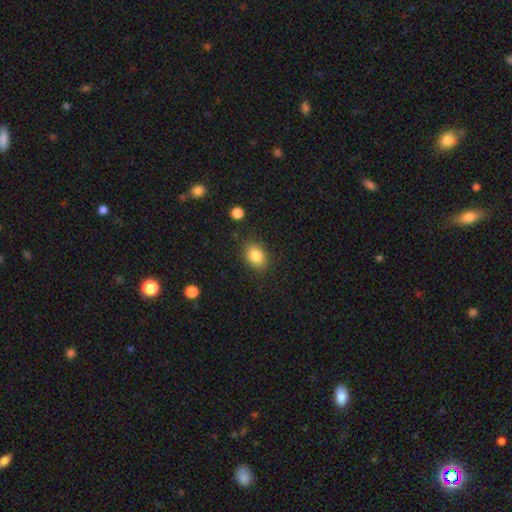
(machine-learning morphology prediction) Smooth or featured? smooth (84%)
How rounded? in between (69%)
Merging? none (83%)